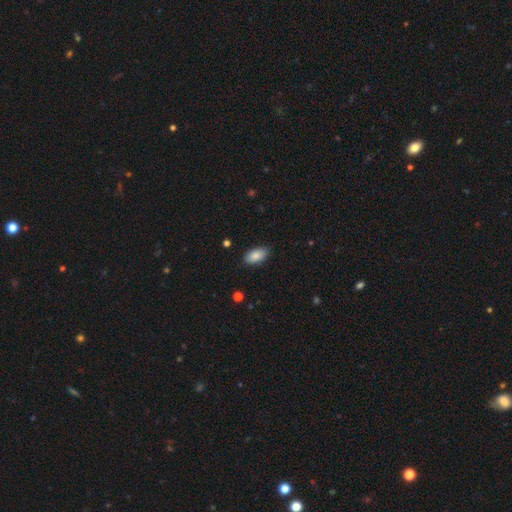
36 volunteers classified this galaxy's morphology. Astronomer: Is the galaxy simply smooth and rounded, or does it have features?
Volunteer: smooth — 94%.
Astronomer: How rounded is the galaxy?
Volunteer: in between — 94%.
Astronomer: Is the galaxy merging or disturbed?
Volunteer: none — 74%.